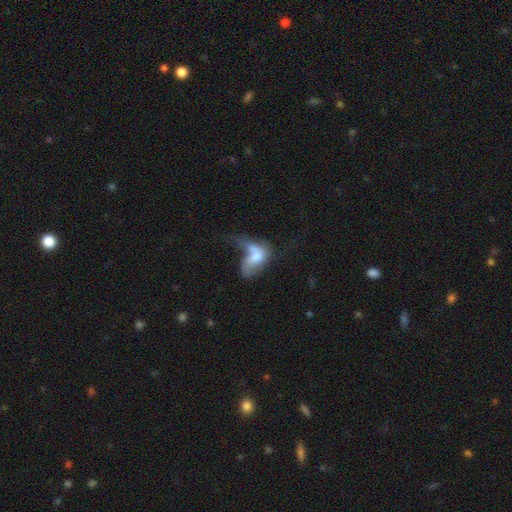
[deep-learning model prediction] Smooth or featured? Predicted: smooth (p=0.50). How rounded? Predicted: in between (p=0.87). Merging? Predicted: merger (p=0.45).